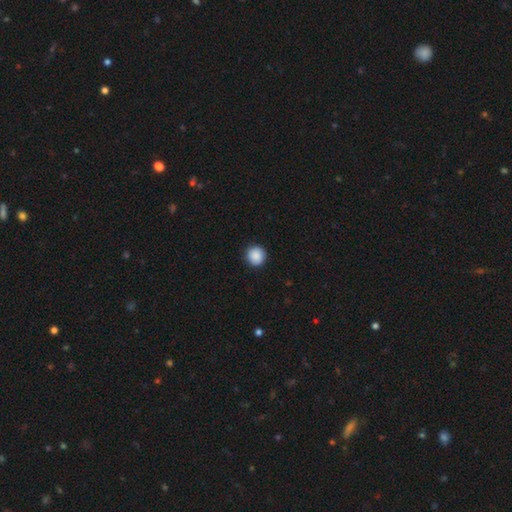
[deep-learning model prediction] Smooth or featured? smooth (89%)
How rounded? round (94%)
Merging? none (92%)